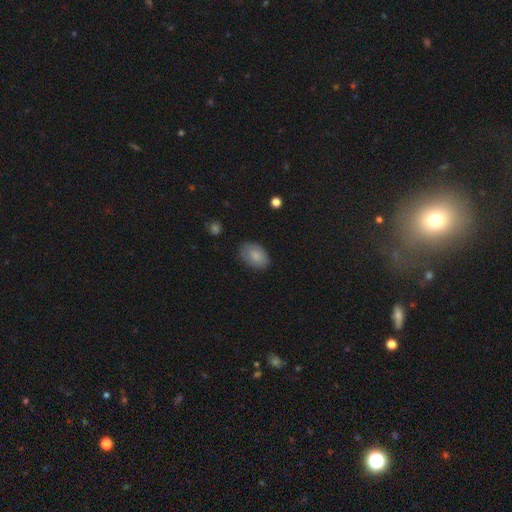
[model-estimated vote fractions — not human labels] Smooth or featured? Predicted: smooth (p=0.83). How rounded? Predicted: in between (p=0.87). Merging? Predicted: none (p=0.79).